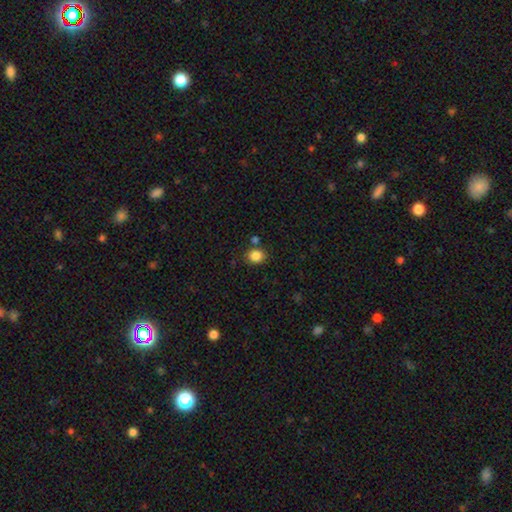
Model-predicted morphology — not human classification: Smooth or featured? smooth (85%)
How rounded? round (68%)
Merging? none (80%)